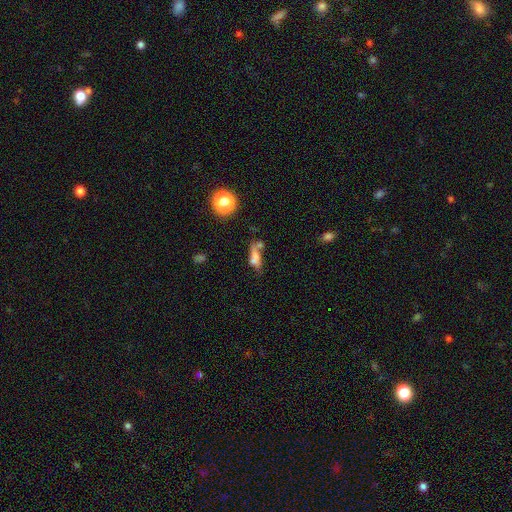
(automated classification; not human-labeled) Smooth or featured? smooth (59%)
How rounded? in between (57%)
Merging? merger (34%)